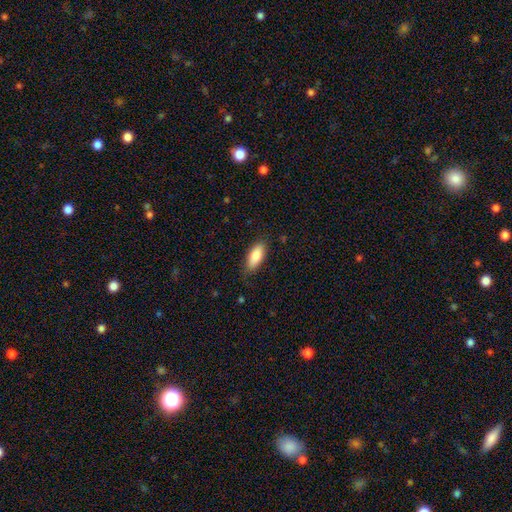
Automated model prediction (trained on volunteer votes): This is clearly a smooth galaxy (83%). How rounded: likely in between (79%). Merging: clearly none (81%).